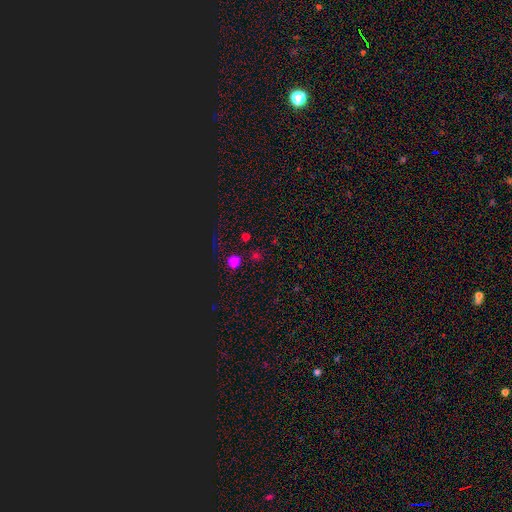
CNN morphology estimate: Smooth or featured?
  - smooth: 67% *
  - star or artifact: 29%
  - featured or disk: 5%
How rounded?
  - round: 91% *
  - in between: 8%
  - cigar-shaped: 1%
Merging?
  - none: 86% *
  - minor disturbance: 7%
  - merger: 4%
  - major disturbance: 3%